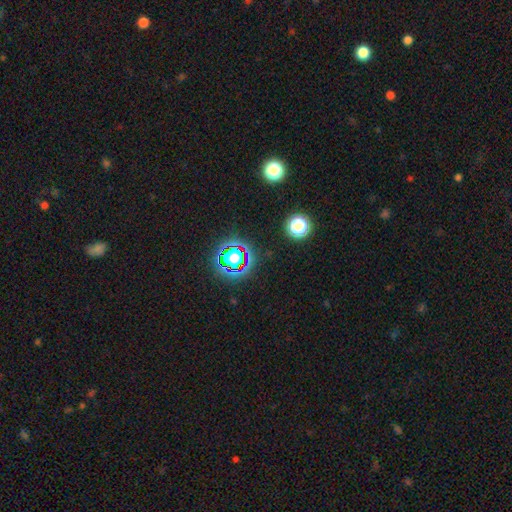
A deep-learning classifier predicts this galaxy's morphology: This appears to be a star or artifact, not a galaxy (77%).